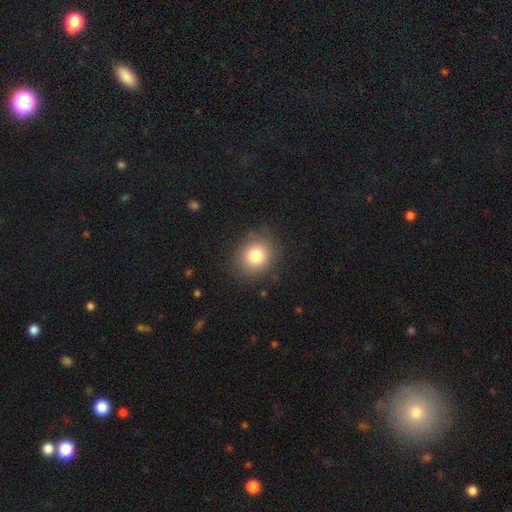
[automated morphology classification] smooth 80%, star or artifact 11%, featured or disk 9%. Down the decision tree: how rounded — round (75%); merging — none (86%).